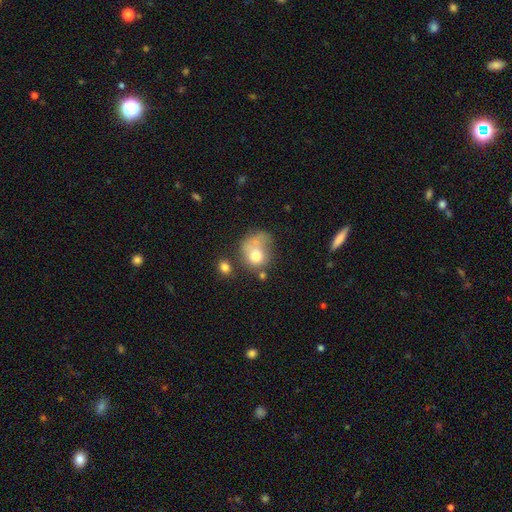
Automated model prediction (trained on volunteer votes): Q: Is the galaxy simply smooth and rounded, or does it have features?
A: smooth — 68%.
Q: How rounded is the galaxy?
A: round — 61%.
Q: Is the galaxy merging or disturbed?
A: major disturbance — 35%.